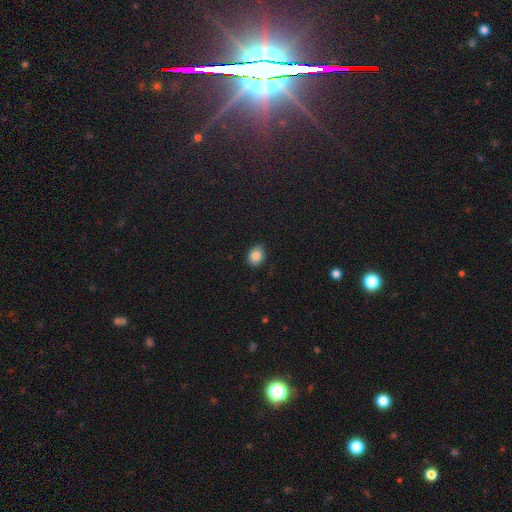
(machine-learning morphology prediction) Smooth or featured? Predicted: smooth (p=0.86). How rounded? Predicted: in between (p=0.54). Merging? Predicted: none (p=0.87).